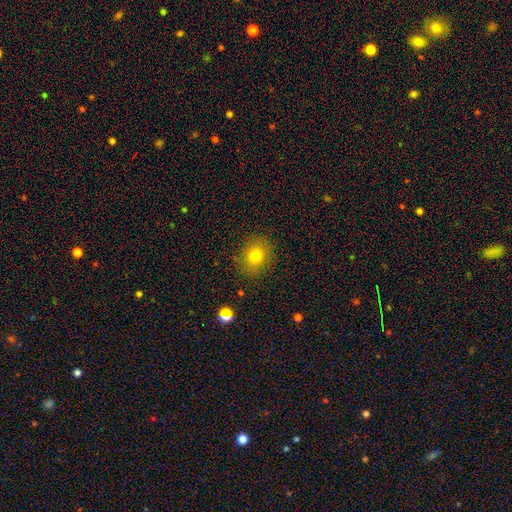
Smooth or featured? smooth (90%)
How rounded? round (83%)
Merging? none (87%)